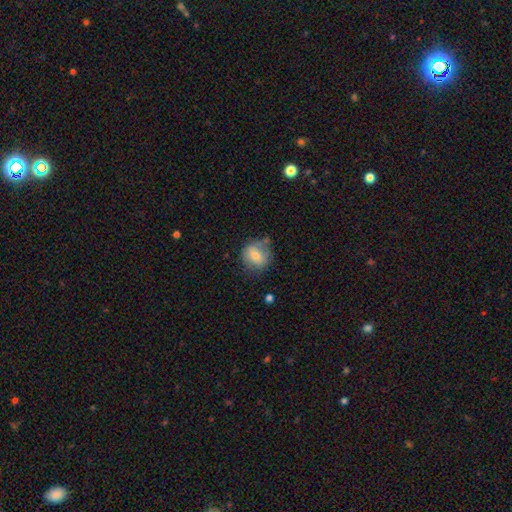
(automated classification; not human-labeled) This is likely a smooth galaxy (71%). How rounded: likely round (70%). Merging: possibly none (57%).